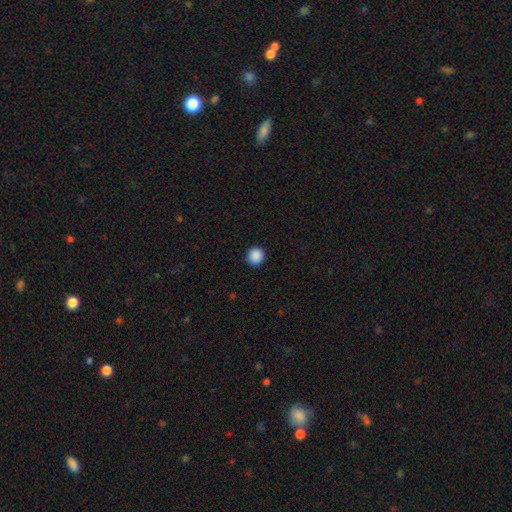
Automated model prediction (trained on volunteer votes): A smooth galaxy with no disk features (89%) that is round (94%).

Vote fractions:
- Smooth or featured? smooth: 89% / star or artifact: 9% / featured or disk: 2%
- How rounded? round: 94% / in between: 5% / cigar-shaped: 1%
- Merging? none: 92% / minor disturbance: 5% / major disturbance: 2% / merger: 1%